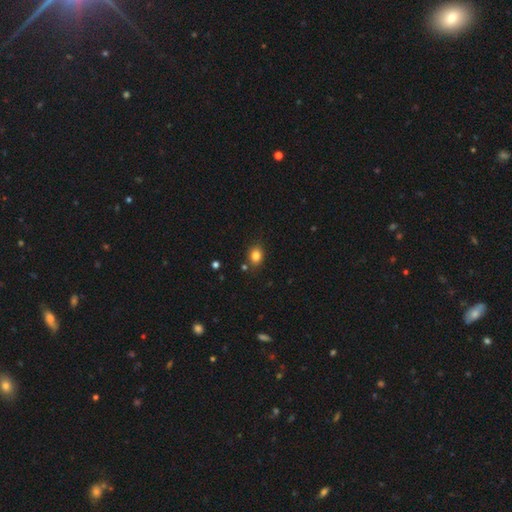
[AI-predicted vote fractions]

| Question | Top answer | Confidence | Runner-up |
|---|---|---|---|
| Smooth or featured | smooth | 83% | star or artifact (11%) |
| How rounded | in between | 55% | round (44%) |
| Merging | none | 81% | minor disturbance (12%) |